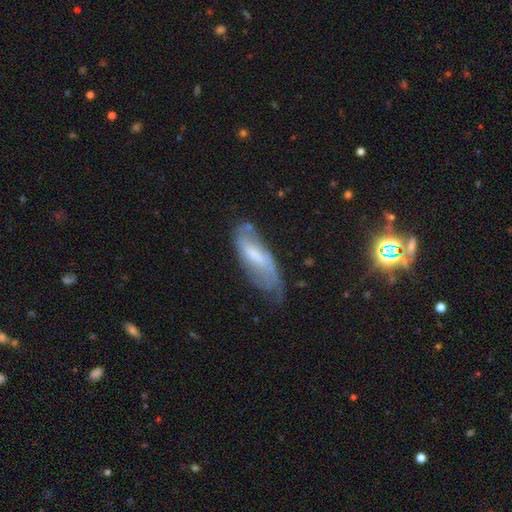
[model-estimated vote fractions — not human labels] Smooth or featured: featured or disk — 51% (smooth — 41%)
Edge-on disk: no — 80% (yes — 20%)
Merging: none — 41% (minor disturbance — 36%)